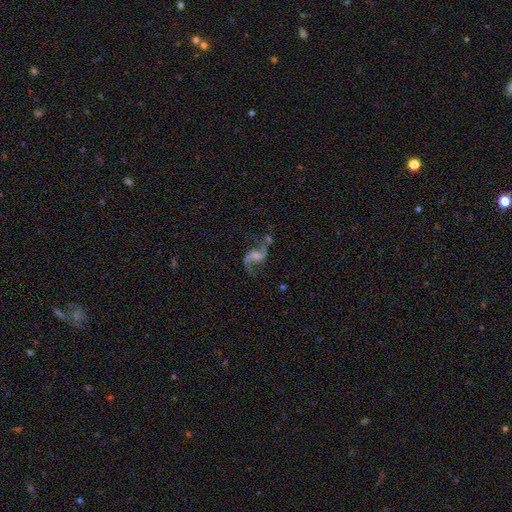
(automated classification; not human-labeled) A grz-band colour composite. It shows a featured or disk galaxy (88%) with a weak bar (47%), 2 (92%) loose (82%) spiral arms (96%) and a small central bulge (40%). Merging: none (60%).